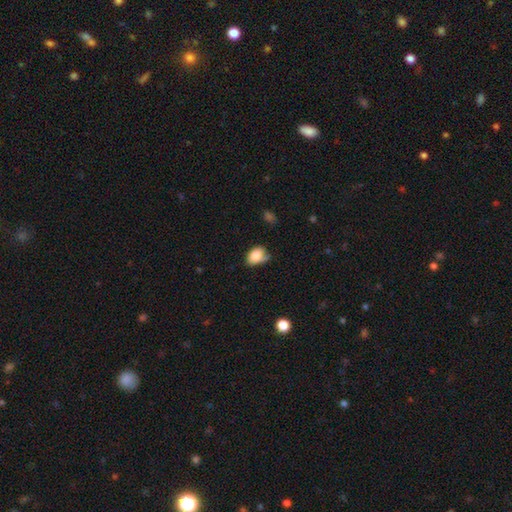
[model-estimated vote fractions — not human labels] Q: Smooth or featured?
A: smooth (80%); runner-up: featured or disk (12%)
Q: How rounded?
A: in between (78%); runner-up: round (21%)
Q: Merging?
A: none (42%); runner-up: minor disturbance (41%)